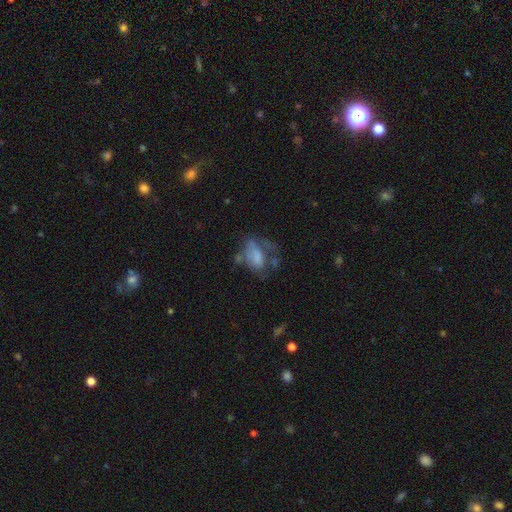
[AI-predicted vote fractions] A smooth galaxy with no disk features (58%) that is in between round and cigar-shaped (85%).

Vote fractions:
- Smooth or featured? smooth: 58% / featured or disk: 30% / star or artifact: 11%
- How rounded? in between: 85% / round: 12% / cigar-shaped: 4%
- Merging? major disturbance: 40% / none: 25% / minor disturbance: 23% / merger: 11%